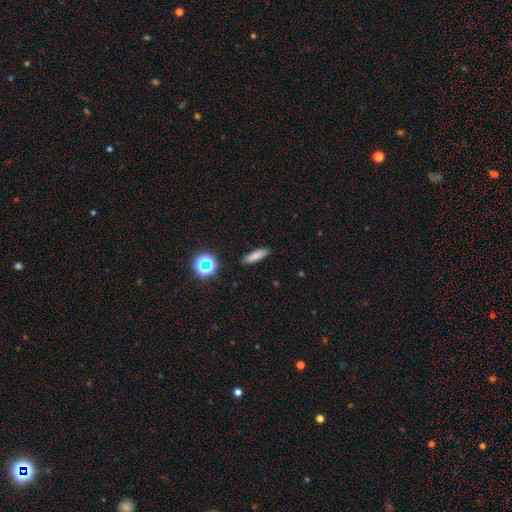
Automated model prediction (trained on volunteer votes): smooth_or_featured: smooth (p=0.77) [alt: star or artifact p=0.13]
how_rounded: cigar-shaped (p=0.58) [alt: in between p=0.38]
merging: none (p=0.88) [alt: minor disturbance p=0.08]